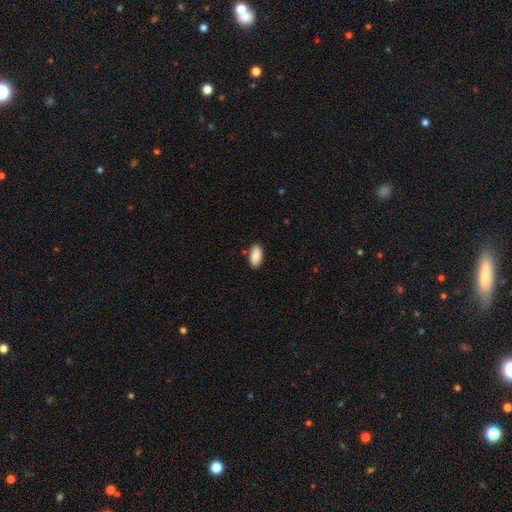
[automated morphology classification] A smooth galaxy with no disk features (90%) that is in between round and cigar-shaped (93%).

Vote fractions:
- Smooth or featured? smooth: 90% / star or artifact: 6% / featured or disk: 4%
- How rounded? in between: 93% / cigar-shaped: 5% / round: 2%
- Merging? none: 84% / minor disturbance: 11% / major disturbance: 2% / merger: 2%